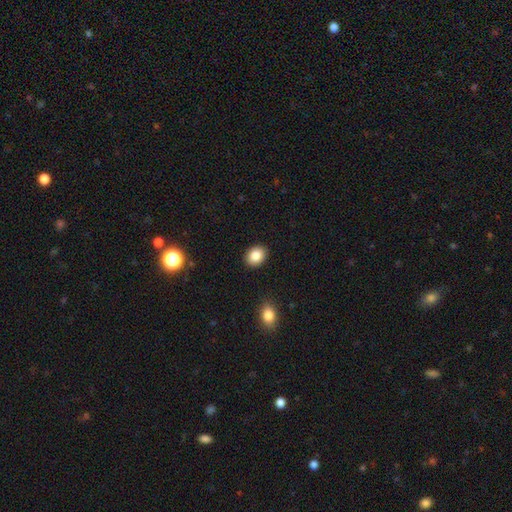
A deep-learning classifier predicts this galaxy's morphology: smooth 86%, star or artifact 8%, featured or disk 6%. Down the decision tree: how rounded — in between (57%); merging — none (90%).